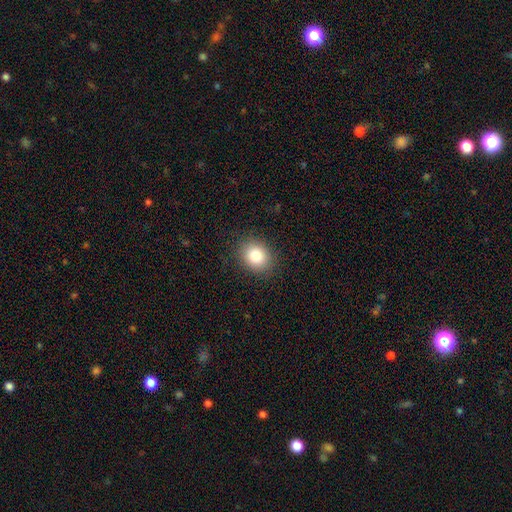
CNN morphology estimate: Smooth or featured: smooth — 83% (star or artifact — 10%)
How rounded: round — 58% (in between — 41%)
Merging: none — 88% (minor disturbance — 8%)